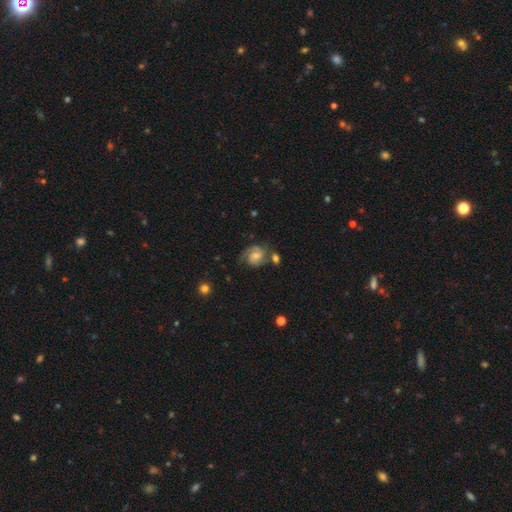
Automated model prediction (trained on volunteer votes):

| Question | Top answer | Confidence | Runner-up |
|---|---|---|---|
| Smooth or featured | featured or disk | 75% | smooth (17%) |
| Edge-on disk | no | 98% | yes (2%) |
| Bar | no | 49% | weak (42%) |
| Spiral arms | yes | 95% | no (5%) |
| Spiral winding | medium | 46% | tight (39%) |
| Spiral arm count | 2 | 77% | can't tell (9%) |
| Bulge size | moderate | 52% | small (39%) |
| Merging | none | 59% | minor disturbance (20%) |